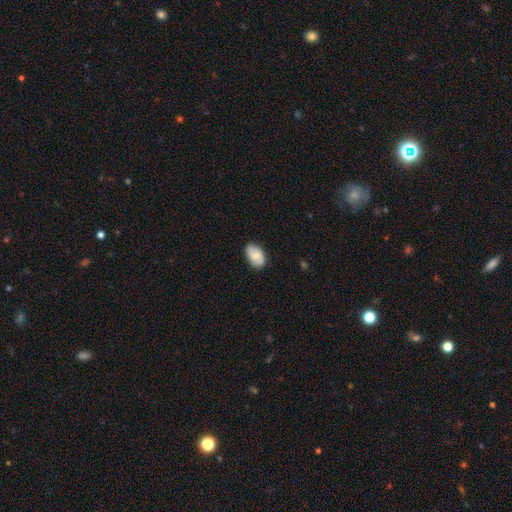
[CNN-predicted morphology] type=smooth (71%); roundness=in between (90%); merging=none (79%).